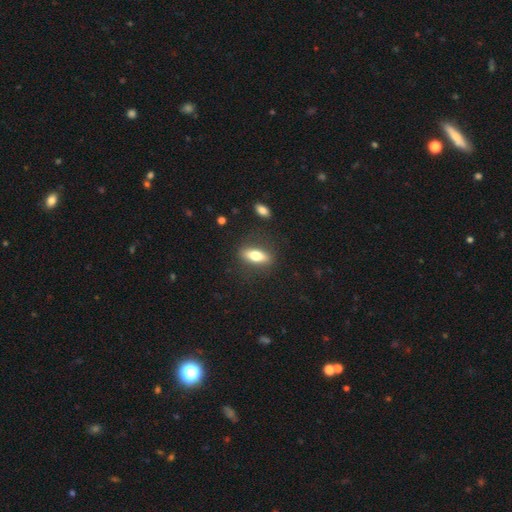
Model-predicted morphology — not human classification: Smooth or featured? smooth (66%)
How rounded? in between (61%)
Merging? none (84%)